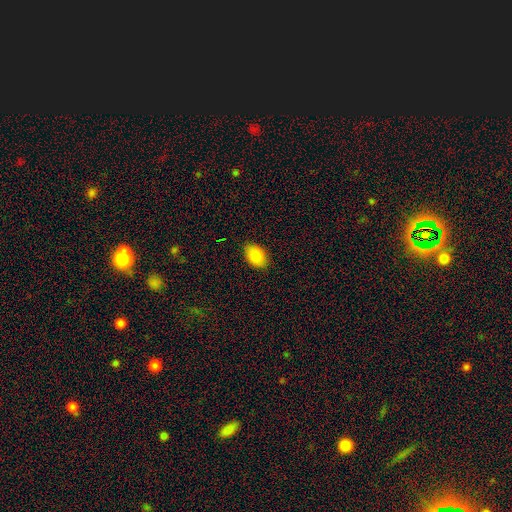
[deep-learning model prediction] This is clearly a smooth galaxy (86%). How rounded: clearly in between (84%). Merging: clearly none (87%).